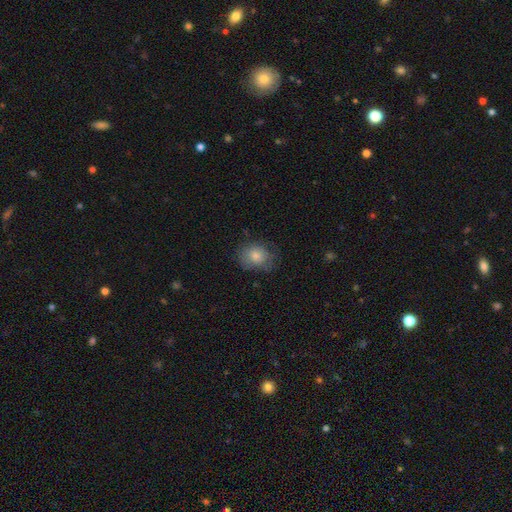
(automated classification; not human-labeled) Overall: smooth (80%). How rounded: round (58%; in between 41%). Merging: none (64%).